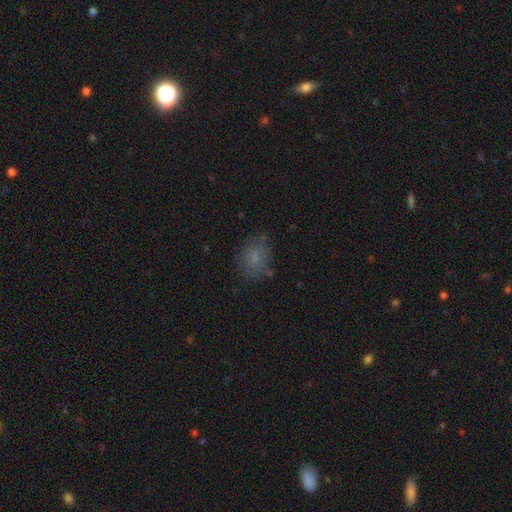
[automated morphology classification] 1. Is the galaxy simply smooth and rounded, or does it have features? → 73% smooth, 15% star or artifact, 12% featured or disk.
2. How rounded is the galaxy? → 52% in between, 46% round, 1% cigar-shaped.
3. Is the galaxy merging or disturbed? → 74% none, 17% minor disturbance, 6% major disturbance, 2% merger.